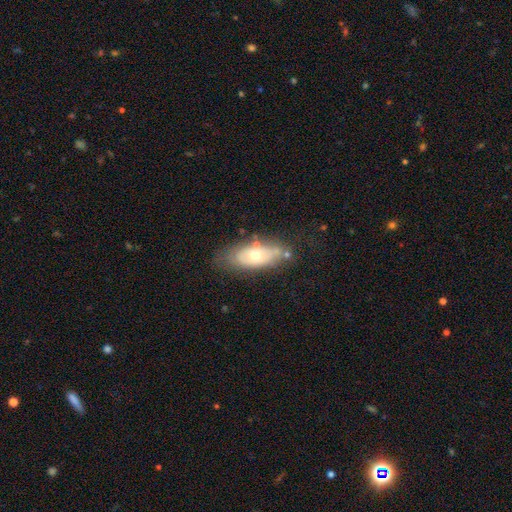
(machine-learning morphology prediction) type=featured or disk (47%); merging=none (62%).